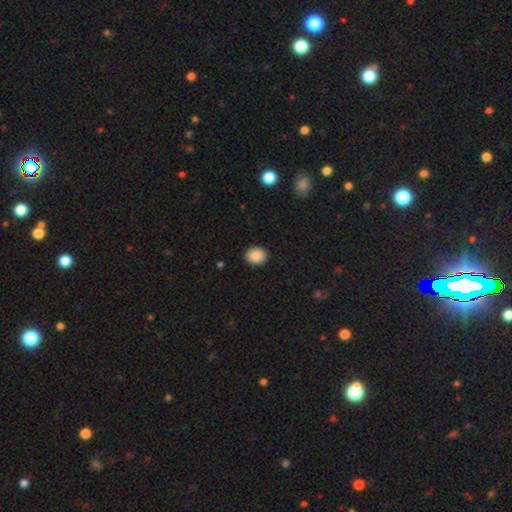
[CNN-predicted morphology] Smooth or featured: smooth — 89% (star or artifact — 8%)
How rounded: round — 58% (in between — 41%)
Merging: none — 91% (minor disturbance — 6%)